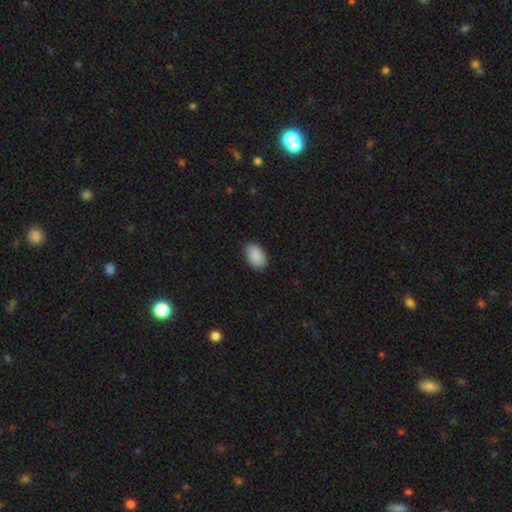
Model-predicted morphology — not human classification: smooth 90%, star or artifact 6%, featured or disk 3%. Down the decision tree: how rounded — in between (92%); merging — none (86%).